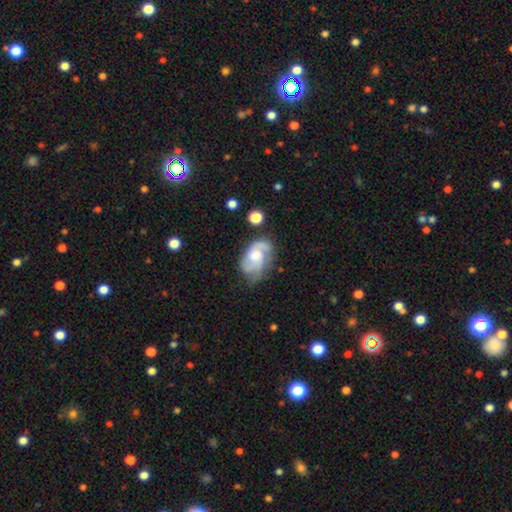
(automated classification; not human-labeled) Smooth or featured? featured or disk (71%)
Edge-on disk? no (97%)
Bar? no (64%)
Spiral arms? yes (91%)
Spiral winding? medium (47%)
Spiral arm count? 2 (47%)
Bulge size? moderate (52%)
Merging? none (52%)